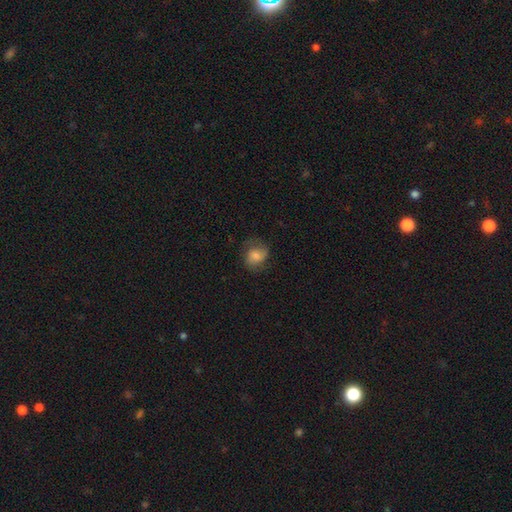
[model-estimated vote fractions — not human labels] Smooth or featured?
  - smooth: 54% *
  - featured or disk: 36%
  - star or artifact: 9%
How rounded?
  - round: 60% *
  - in between: 39%
  - cigar-shaped: 1%
Merging?
  - none: 65% *
  - minor disturbance: 22%
  - major disturbance: 12%
  - merger: 1%